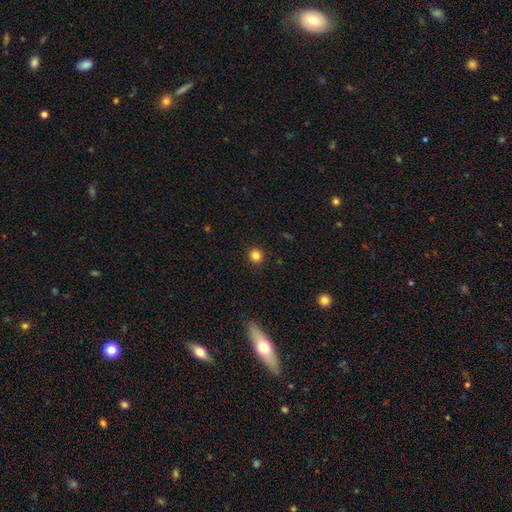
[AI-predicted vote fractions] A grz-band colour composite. It shows a smooth galaxy with no disk features (83%) that is round (93%). Merging: none (92%).